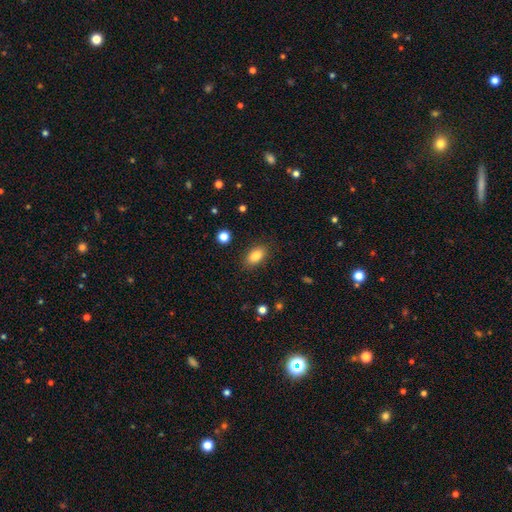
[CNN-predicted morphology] Smooth or featured: smooth — 85% (star or artifact — 8%)
How rounded: in between — 89% (round — 7%)
Merging: none — 87% (minor disturbance — 9%)